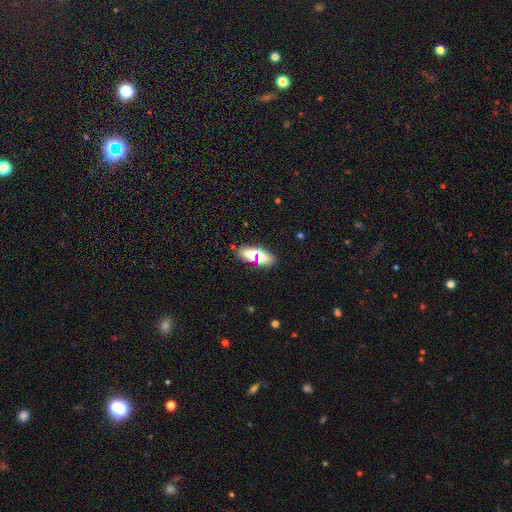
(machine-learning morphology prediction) smooth_or_featured: smooth (p=0.69) [alt: featured or disk p=0.20]
how_rounded: in between (p=0.68) [alt: cigar-shaped p=0.27]
merging: none (p=0.85) [alt: minor disturbance p=0.09]